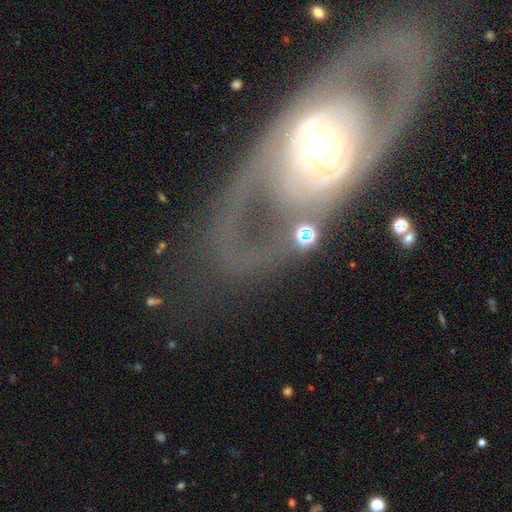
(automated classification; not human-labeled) A featured or disk galaxy (73%) with no bar (60%), spiral arms (57%) and a moderate central bulge (56%).

Vote fractions:
- Smooth or featured? featured or disk: 73% / smooth: 17% / star or artifact: 10%
- Edge-on disk? no: 90% / yes: 10%
- Bar? no: 60% / weak: 25% / strong: 16%
- Spiral arms? yes: 57% / no: 43%
- Bulge size? moderate: 56% / small: 21% / large: 17% / dominant: 4% / none: 2%
- Merging? none: 53% / major disturbance: 26% / minor disturbance: 14% / merger: 7%